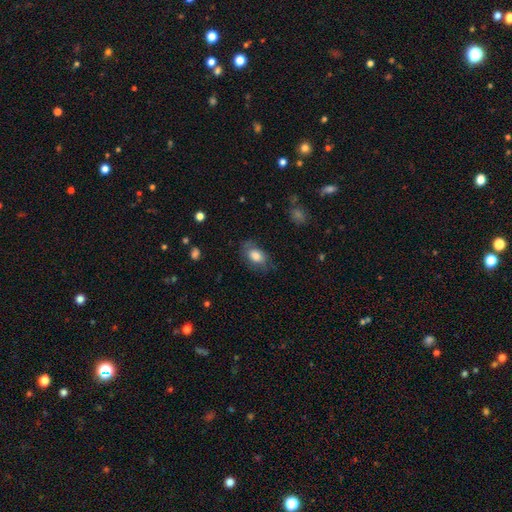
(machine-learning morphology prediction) The model was most divided on "merging": none: 67%, minor disturbance: 22%, major disturbance: 9%, merger: 1%. More confident: how rounded — in between (88%); smooth or featured — smooth (75%).